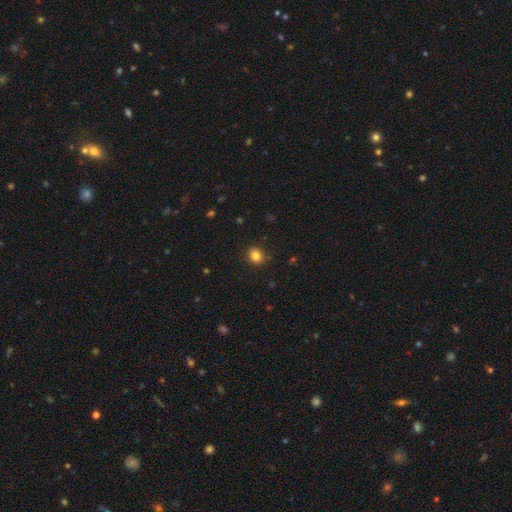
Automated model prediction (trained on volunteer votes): smooth 83%, star or artifact 11%, featured or disk 5%. Down the decision tree: how rounded — round (76%); merging — none (89%).